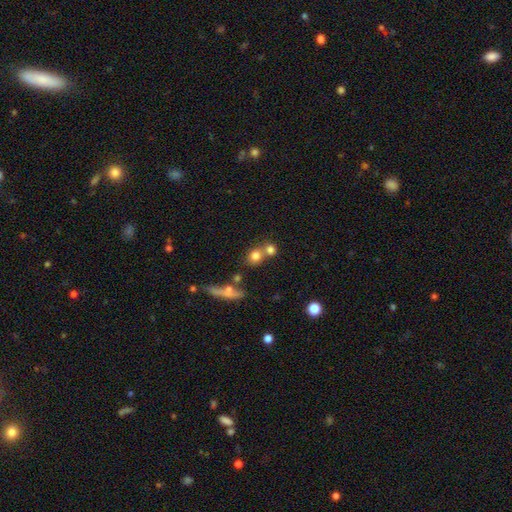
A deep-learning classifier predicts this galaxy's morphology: Smooth or featured?
  - smooth: 74% *
  - featured or disk: 14%
  - star or artifact: 12%
How rounded?
  - round: 77% *
  - in between: 20%
  - cigar-shaped: 3%
Merging?
  - none: 45% *
  - merger: 43%
  - minor disturbance: 8%
  - major disturbance: 4%